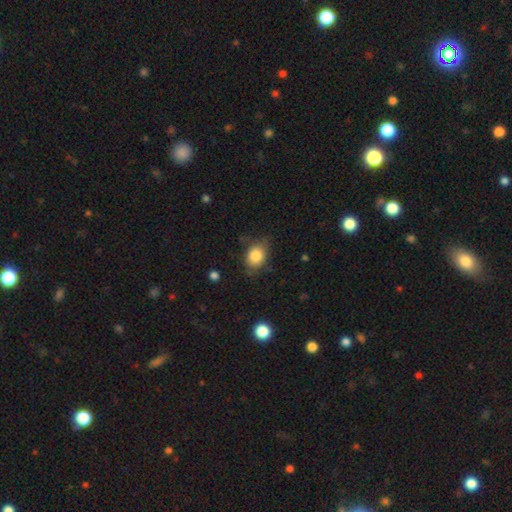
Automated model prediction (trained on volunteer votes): A smooth galaxy with no disk features (82%) that is in between round and cigar-shaped (64%). Merging: none (67%).